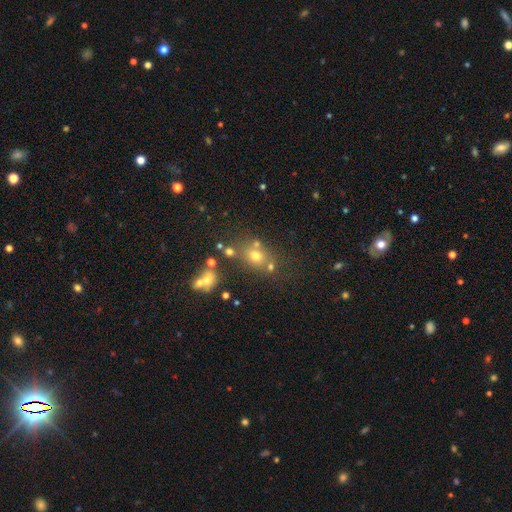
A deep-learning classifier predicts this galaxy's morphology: This is likely a smooth galaxy (63%). How rounded: likely round (61%). Merging: likely none (62%).